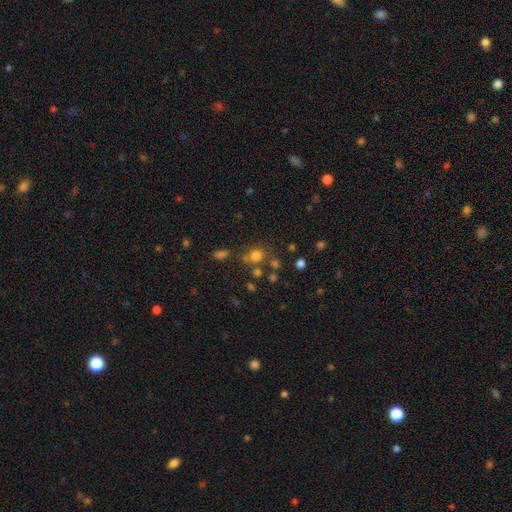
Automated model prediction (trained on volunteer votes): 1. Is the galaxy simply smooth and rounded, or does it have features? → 74% smooth, 18% star or artifact, 8% featured or disk.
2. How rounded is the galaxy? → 76% round, 22% in between, 1% cigar-shaped.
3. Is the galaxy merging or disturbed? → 64% none, 16% merger, 13% minor disturbance, 7% major disturbance.